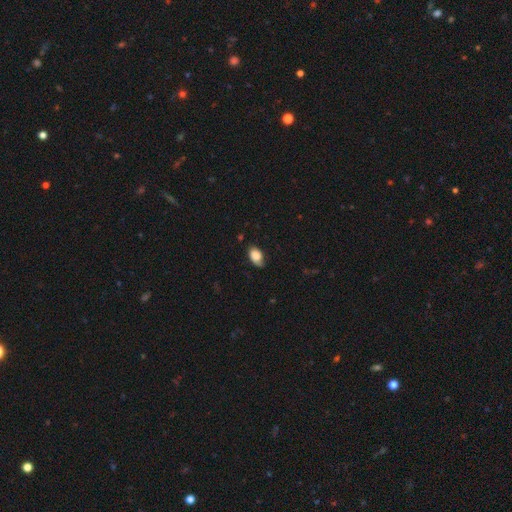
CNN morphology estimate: Smooth or featured? Predicted: smooth (p=0.81). How rounded? Predicted: in between (p=0.89). Merging? Predicted: none (p=0.59).